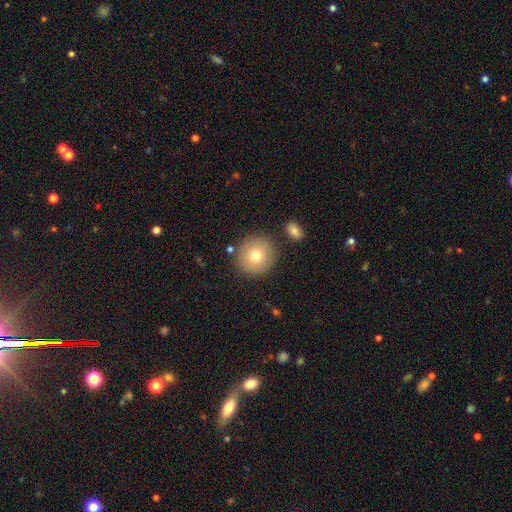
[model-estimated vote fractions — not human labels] Smooth or featured? Predicted: smooth (p=0.75). How rounded? Predicted: round (p=0.95). Merging? Predicted: none (p=0.85).